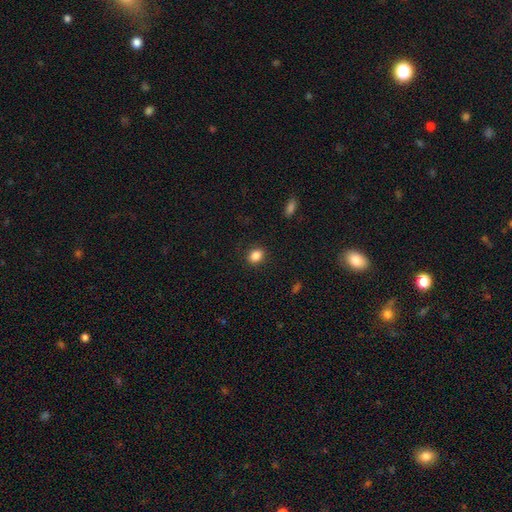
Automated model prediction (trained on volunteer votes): smooth-or-featured: smooth: 86% | star or artifact: 10% | featured or disk: 4%
  how-rounded: in between: 58% | round: 41% | cigar-shaped: 1%
  merging: none: 88% | minor disturbance: 8% | major disturbance: 2% | merger: 1%